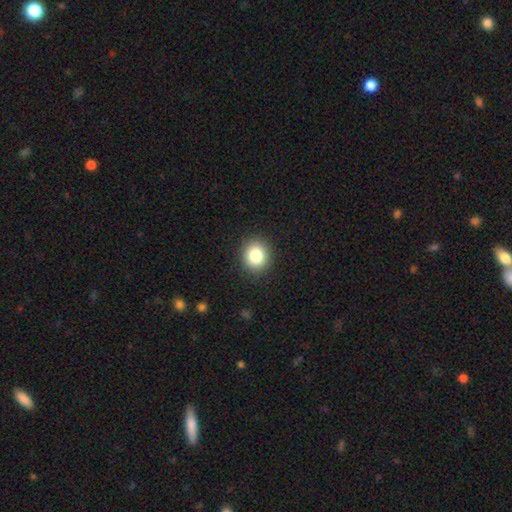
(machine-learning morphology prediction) smooth-or-featured: smooth: 83% | star or artifact: 10% | featured or disk: 7%
  how-rounded: round: 78% | in between: 21% | cigar-shaped: 1%
  merging: none: 91% | minor disturbance: 6% | major disturbance: 2% | merger: 1%